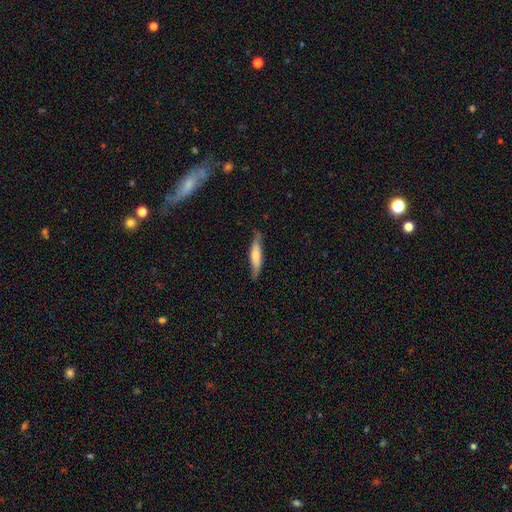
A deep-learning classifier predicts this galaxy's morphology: A smooth galaxy with no disk features (55%) that is cigar-shaped (84%).

Vote fractions:
- Smooth or featured? smooth: 55% / featured or disk: 40% / star or artifact: 5%
- How rounded? cigar-shaped: 84% / in between: 15% / round: 2%
- Merging? none: 79% / minor disturbance: 17% / major disturbance: 3% / merger: 1%